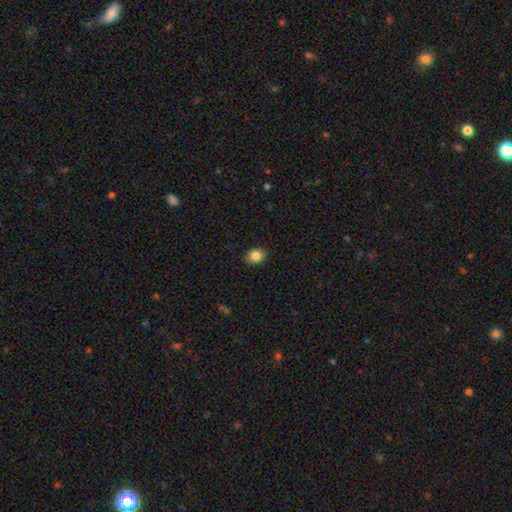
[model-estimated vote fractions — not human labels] Overall: smooth (85%). How rounded: in between (54%; round 45%). Merging: none (90%).